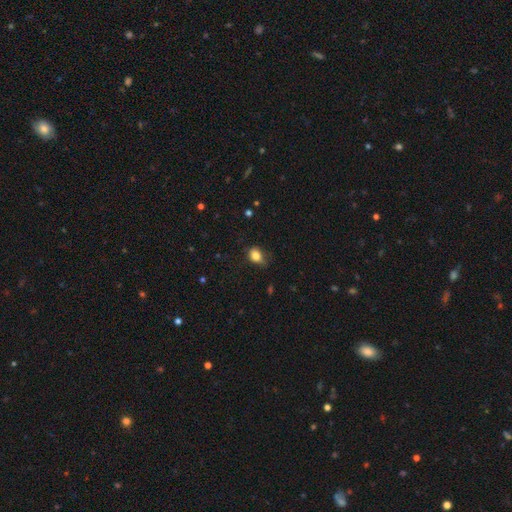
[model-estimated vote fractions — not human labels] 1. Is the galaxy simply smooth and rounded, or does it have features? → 82% smooth, 10% star or artifact, 8% featured or disk.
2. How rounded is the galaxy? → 63% in between, 35% round, 2% cigar-shaped.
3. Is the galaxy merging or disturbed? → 59% none, 31% minor disturbance, 9% major disturbance, 1% merger.